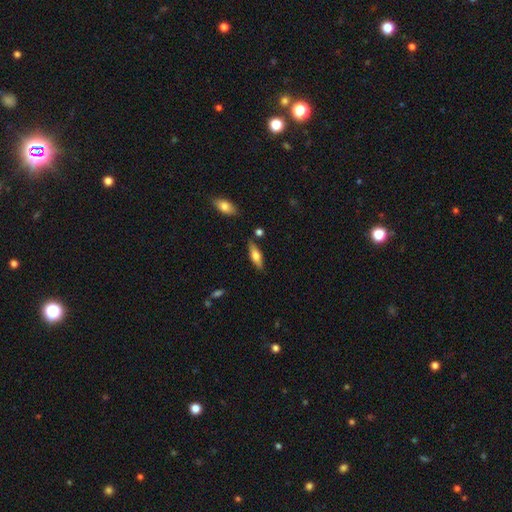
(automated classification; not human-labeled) The model was most divided on "how rounded": in between: 50%, cigar-shaped: 47%, round: 2%. More confident: merging — none (81%); smooth or featured — smooth (58%).